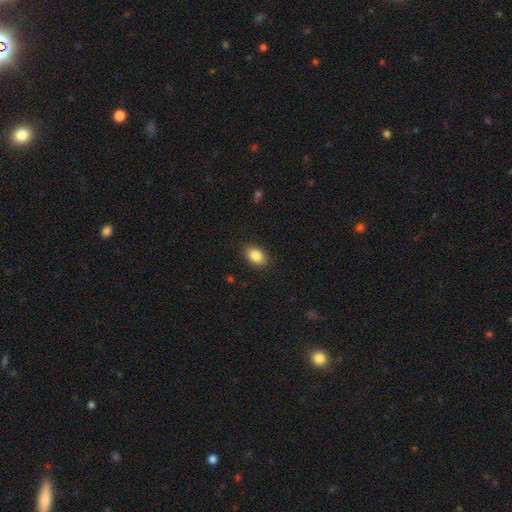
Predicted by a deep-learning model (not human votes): The model was most divided on "how rounded": in between: 85%, round: 13%, cigar-shaped: 1%. More confident: smooth or featured — smooth (88%); merging — none (87%).